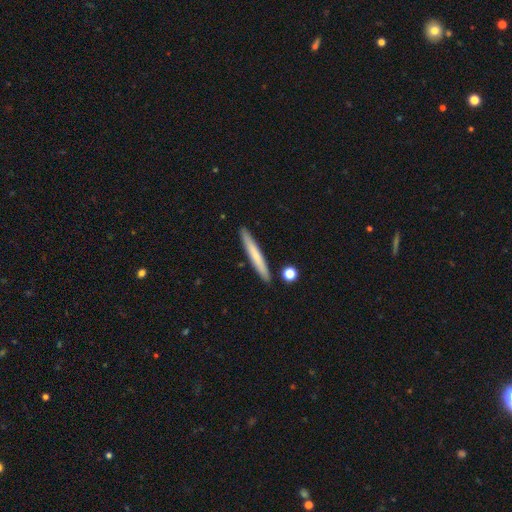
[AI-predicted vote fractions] smooth_or_featured: smooth (p=0.66) [alt: featured or disk p=0.28]
how_rounded: cigar-shaped (p=0.96) [alt: in between p=0.03]
merging: none (p=0.89) [alt: minor disturbance p=0.07]